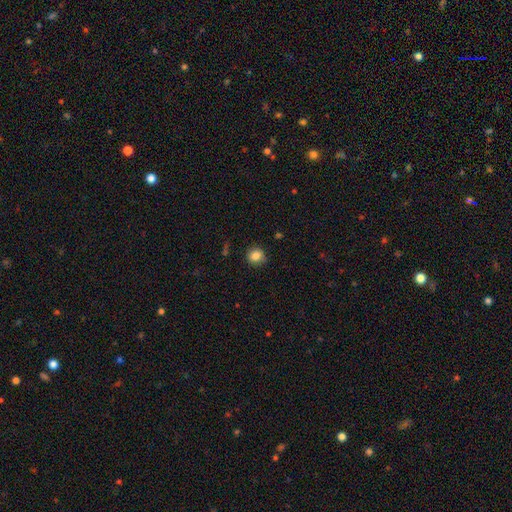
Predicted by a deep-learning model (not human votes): Q: Smooth or featured?
A: smooth (84%); runner-up: star or artifact (10%)
Q: How rounded?
A: round (78%); runner-up: in between (21%)
Q: Merging?
A: none (82%); runner-up: minor disturbance (13%)